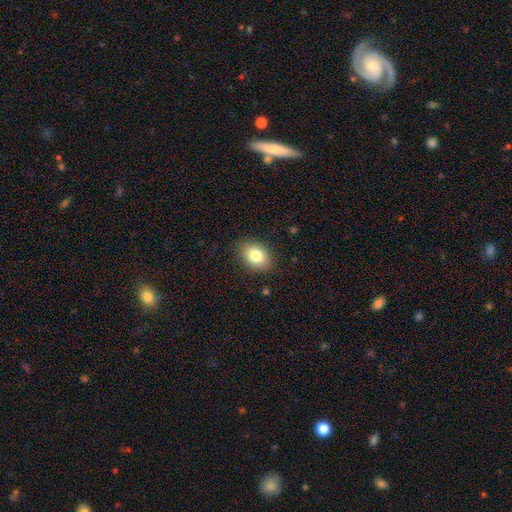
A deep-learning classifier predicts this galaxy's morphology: smooth_or_featured: smooth (p=0.82) [alt: featured or disk p=0.09]
how_rounded: in between (p=0.69) [alt: round p=0.30]
merging: none (p=0.85) [alt: minor disturbance p=0.11]